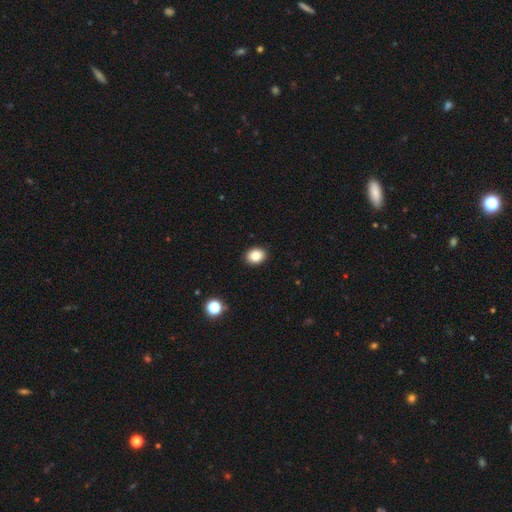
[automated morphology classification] Smooth or featured?
  - smooth: 84% *
  - star or artifact: 10%
  - featured or disk: 6%
How rounded?
  - in between: 52% *
  - round: 47%
  - cigar-shaped: 1%
Merging?
  - none: 91% *
  - minor disturbance: 6%
  - major disturbance: 2%
  - merger: 1%